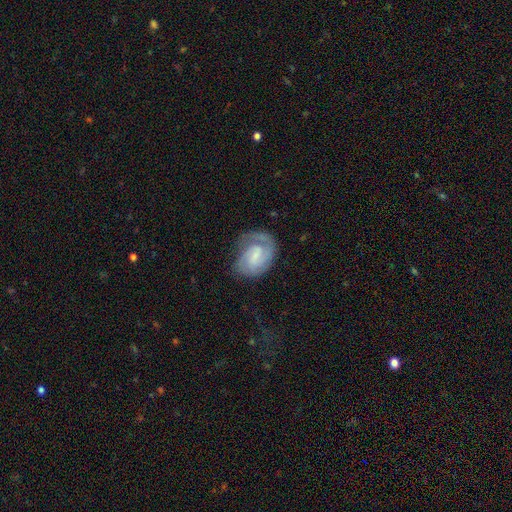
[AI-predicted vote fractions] This appears to be a featured or disk galaxy (70%) with a weak bar (52%), 2 (41%) tight (49%) spiral arms (91%) and a small central bulge (44%). Merging: none (56%).